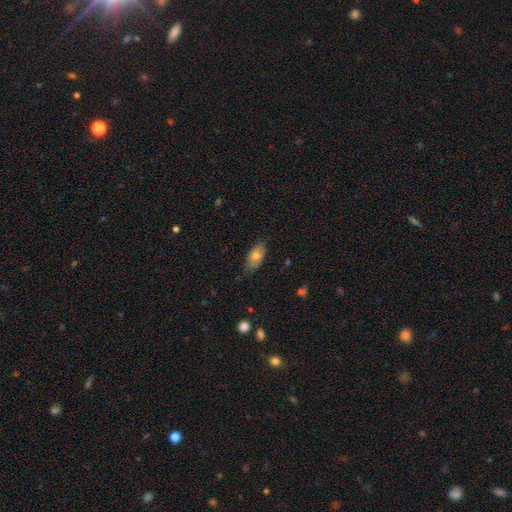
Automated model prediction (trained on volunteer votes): Smooth or featured? Predicted: smooth (p=0.73). How rounded? Predicted: in between (p=0.88). Merging? Predicted: none (p=0.79).